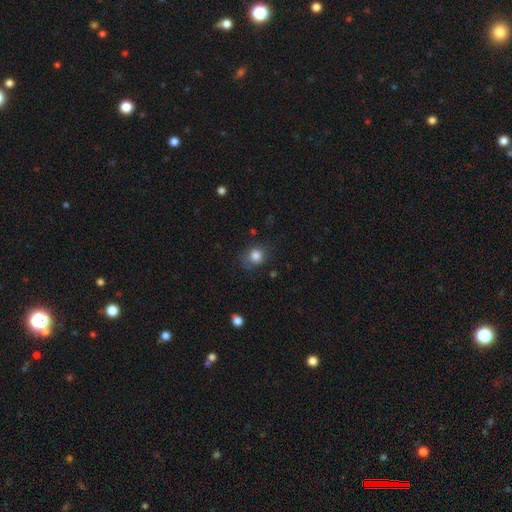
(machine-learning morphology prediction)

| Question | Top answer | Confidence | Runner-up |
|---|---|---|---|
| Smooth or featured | smooth | 82% | star or artifact (11%) |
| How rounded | round | 71% | in between (29%) |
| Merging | none | 69% | minor disturbance (22%) |